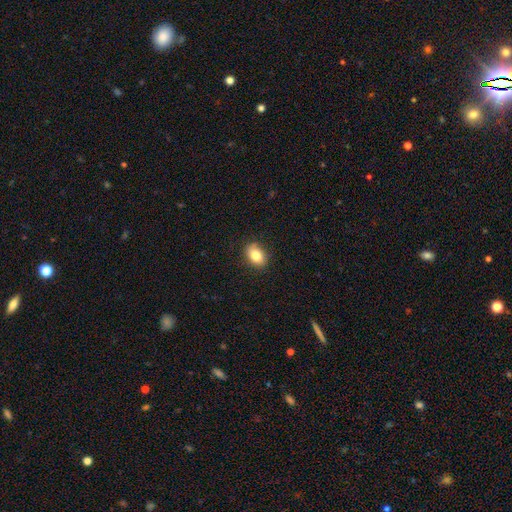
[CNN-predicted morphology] type=smooth (82%); roundness=in between (81%); merging=none (83%).